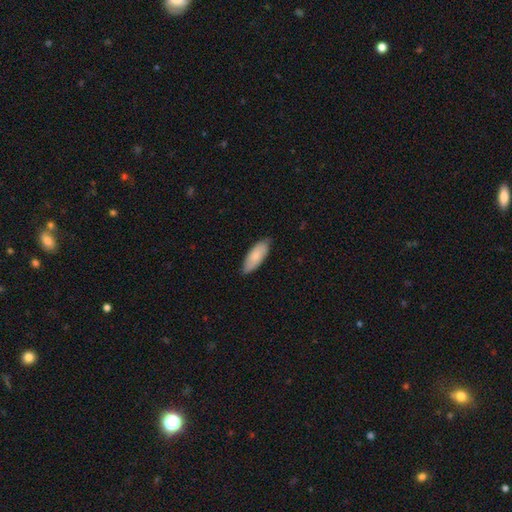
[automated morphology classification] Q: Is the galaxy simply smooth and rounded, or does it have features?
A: smooth — 82%.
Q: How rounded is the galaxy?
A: in between — 76%.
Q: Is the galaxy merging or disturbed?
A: none — 83%.